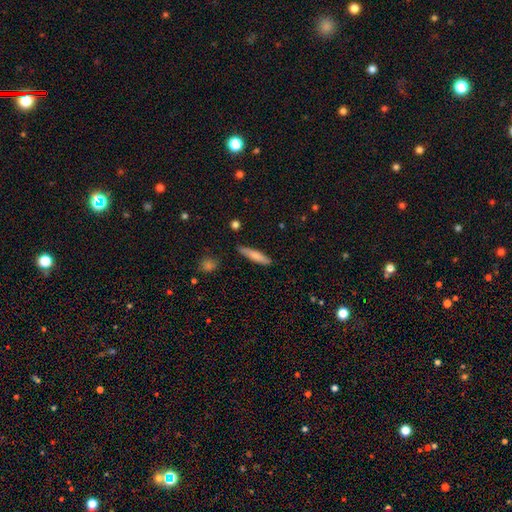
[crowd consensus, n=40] Smooth or featured? smooth (78%)
How rounded? cigar-shaped (84%)
Merging? none (79%)